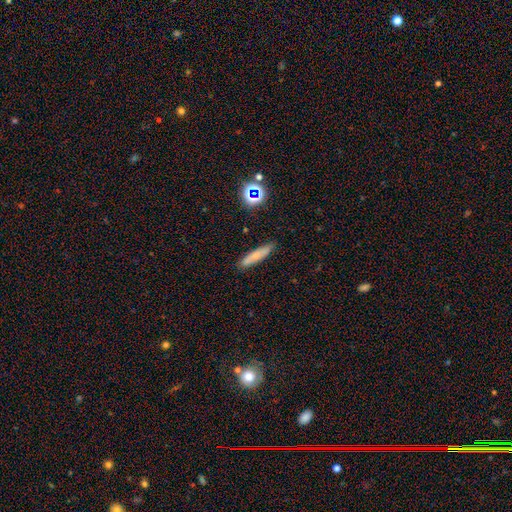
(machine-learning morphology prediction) Q: Smooth or featured?
A: smooth (63%); runner-up: featured or disk (26%)
Q: How rounded?
A: cigar-shaped (83%); runner-up: in between (15%)
Q: Merging?
A: none (85%); runner-up: minor disturbance (11%)